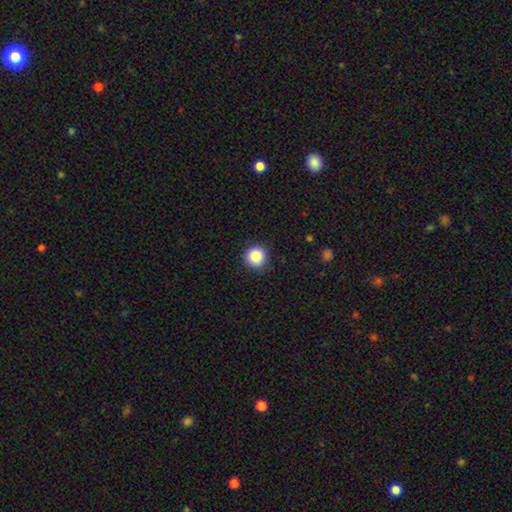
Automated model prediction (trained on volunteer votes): Morphology: type=smooth (86%); roundness=round (94%); merging=none (91%).